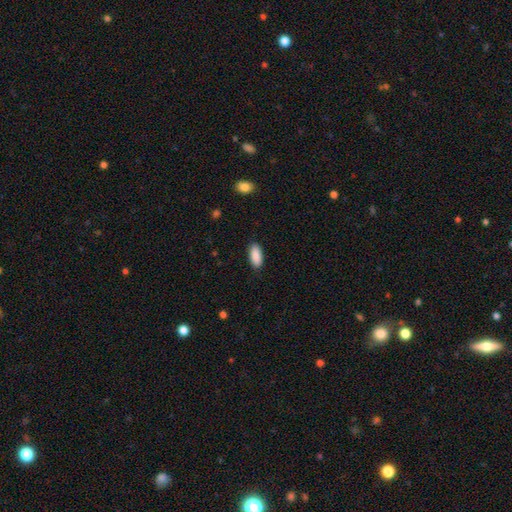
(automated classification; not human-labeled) The model was most divided on "how rounded": in between: 84%, cigar-shaped: 14%, round: 2%. More confident: smooth or featured — smooth (90%); merging — none (88%).